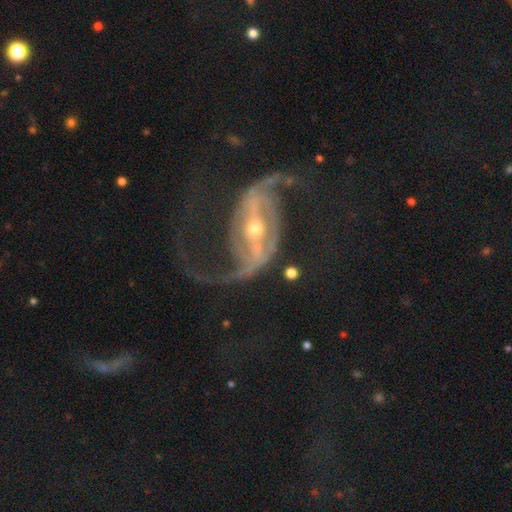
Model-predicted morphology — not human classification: smooth_or_featured: featured or disk (p=0.91) [alt: star or artifact p=0.05]
disk_edge_on: no (p=0.97) [alt: yes p=0.03]
bar: strong (p=0.55) [alt: weak p=0.25]
has_spiral_arms: yes (p=0.95) [alt: no p=0.05]
spiral_winding: loose (p=0.48) [alt: medium p=0.38]
spiral_arm_count: 2 (p=0.90) [alt: can't tell p=0.03]
bulge_size: small (p=0.60) [alt: moderate p=0.36]
merging: none (p=0.54) [alt: major disturbance p=0.26]